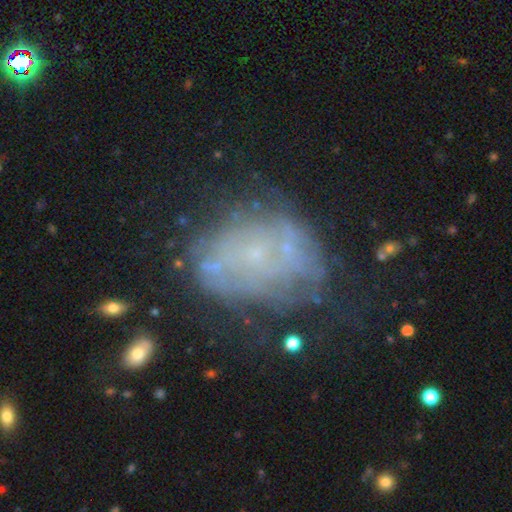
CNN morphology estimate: The model was most divided on "bulge size": small: 58%, none: 35%, moderate: 5%, large: 1%, dominant: 1%. Remaining: edge-on disk — no (97%); bar — no (90%); spiral arms — no (78%); smooth or featured — featured or disk (57%); merging — none (47%).